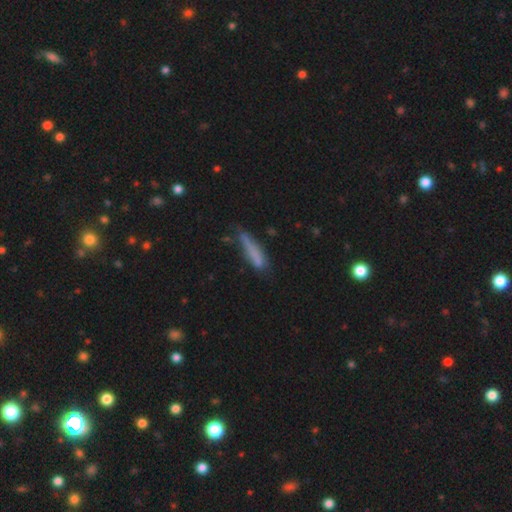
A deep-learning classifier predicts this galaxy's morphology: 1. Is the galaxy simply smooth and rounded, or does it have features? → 73% smooth, 19% featured or disk, 8% star or artifact.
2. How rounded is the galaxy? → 85% cigar-shaped, 13% in between, 2% round.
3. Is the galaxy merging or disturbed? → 55% none, 29% minor disturbance, 10% major disturbance, 5% merger.